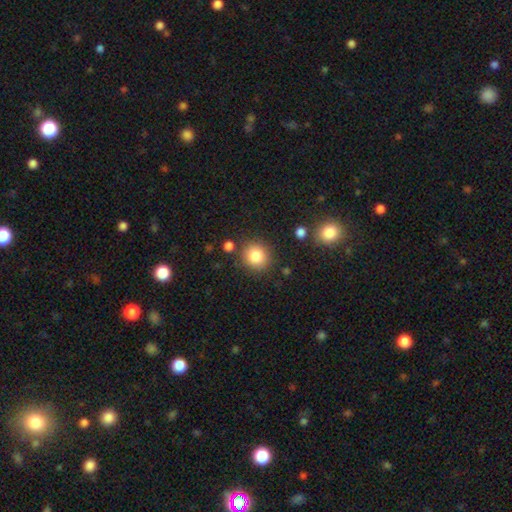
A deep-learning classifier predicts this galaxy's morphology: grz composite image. It shows a smooth galaxy with no disk features (82%) that is round (89%). Merging: none (84%).